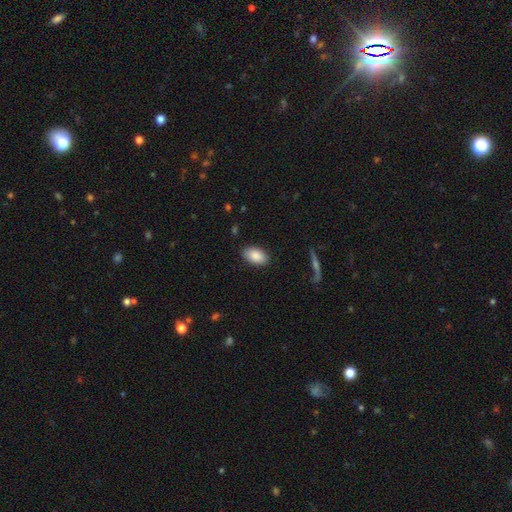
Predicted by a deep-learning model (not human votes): A smooth galaxy with no disk features (87%) that is in between round and cigar-shaped (94%). Merging: none (87%).